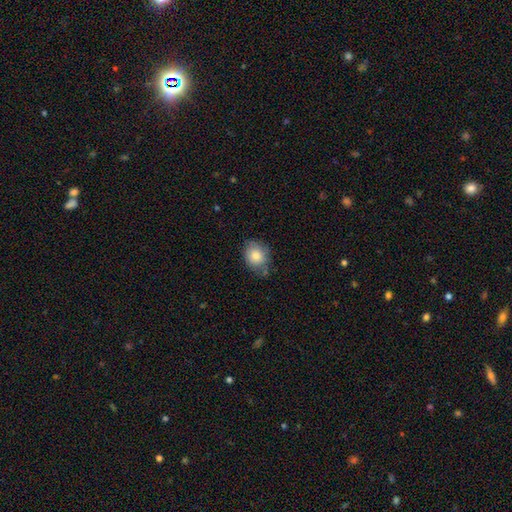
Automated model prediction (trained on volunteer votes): This appears to be a smooth galaxy with no disk features (80%) that is round (55%). Merging: none (64%).